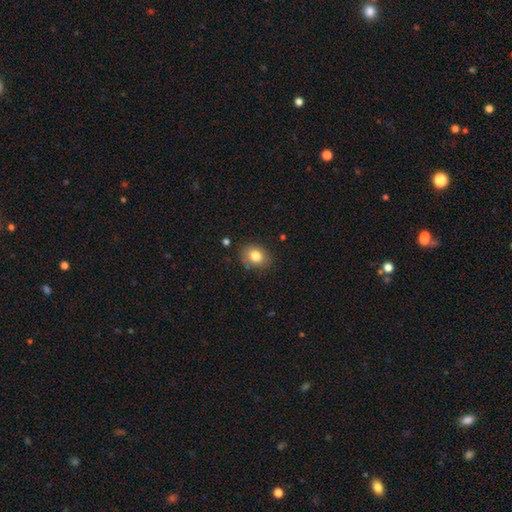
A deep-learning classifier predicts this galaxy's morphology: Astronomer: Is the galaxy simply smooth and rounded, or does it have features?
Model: smooth — 79%.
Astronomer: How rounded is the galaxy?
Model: in between — 50% (runner-up: round, 49%).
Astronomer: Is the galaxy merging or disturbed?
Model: none — 78%.